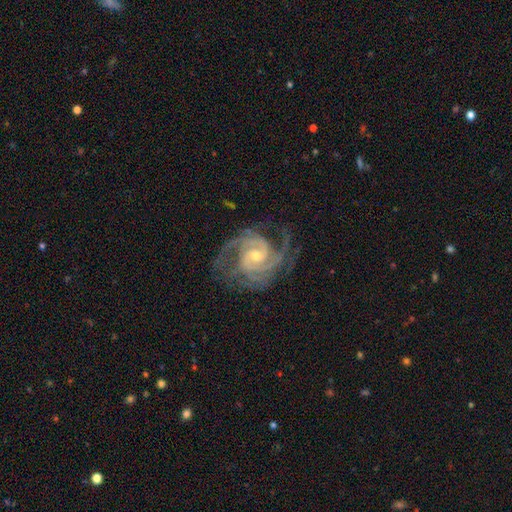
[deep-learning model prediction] Smooth or featured: featured or disk — 93% (star or artifact — 4%)
Edge-on disk: no — 98% (yes — 2%)
Bar: no — 53% (weak — 36%)
Spiral arms: yes — 99% (no — 1%)
Spiral winding: tight — 56% (medium — 39%)
Spiral arm count: 2 — 36% (3 — 34%)
Bulge size: small — 53% (moderate — 44%)
Merging: none — 73% (minor disturbance — 17%)